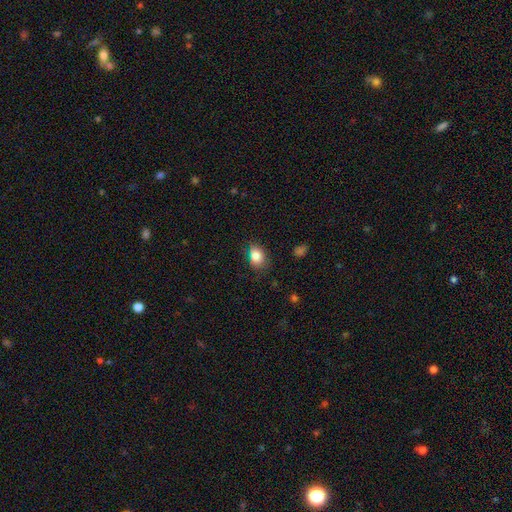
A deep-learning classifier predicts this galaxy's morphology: Smooth or featured: smooth — 85% (star or artifact — 10%)
How rounded: in between — 66% (round — 33%)
Merging: none — 72% (minor disturbance — 21%)